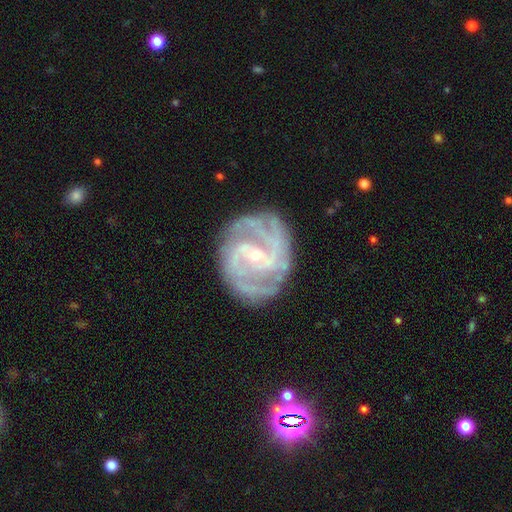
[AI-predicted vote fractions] Smooth or featured? featured or disk (89%)
Edge-on disk? no (97%)
Bar? weak (43%)
Spiral arms? yes (96%)
Spiral winding? medium (45%)
Spiral arm count? 2 (50%)
Bulge size? small (78%)
Merging? none (76%)